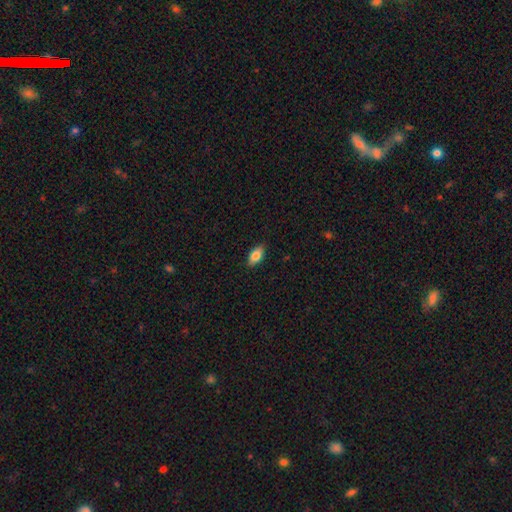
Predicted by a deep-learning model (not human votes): Smooth or featured? Predicted: smooth (p=0.80). How rounded? Predicted: in between (p=0.88). Merging? Predicted: none (p=0.88).